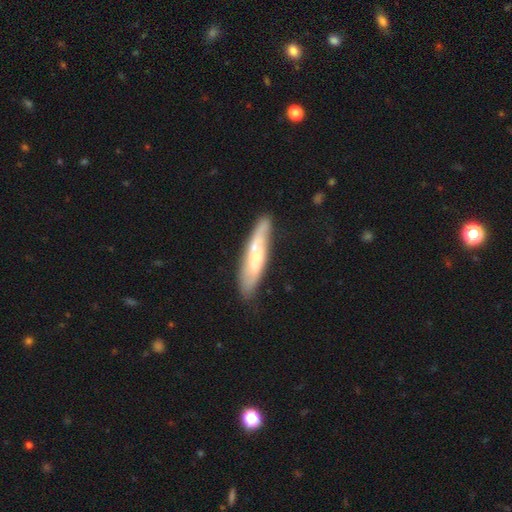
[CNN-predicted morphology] Smooth or featured?
  - featured or disk: 47% * (tied)
  - smooth: 47% * (tied)
  - star or artifact: 6%
Merging?
  - none: 71% *
  - minor disturbance: 20%
  - major disturbance: 5%
  - merger: 4%